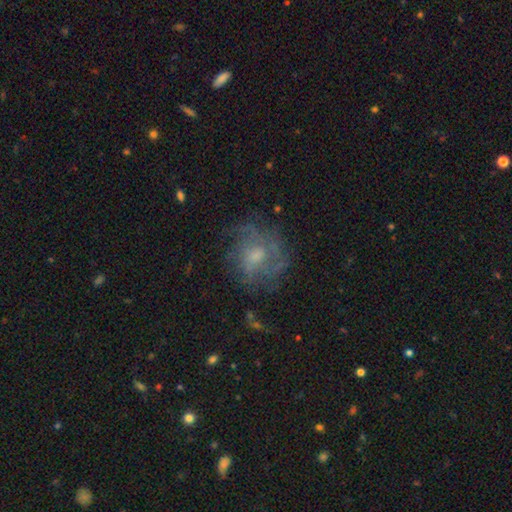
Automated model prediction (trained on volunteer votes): smooth_or_featured: featured or disk (p=0.60) [alt: smooth p=0.26]
disk_edge_on: no (p=0.97) [alt: yes p=0.03]
bar: no (p=0.64) [alt: weak p=0.32]
has_spiral_arms: yes (p=0.73) [alt: no p=0.27]
bulge_size: moderate (p=0.50) [alt: small p=0.35]
merging: none (p=0.66) [alt: minor disturbance p=0.18]